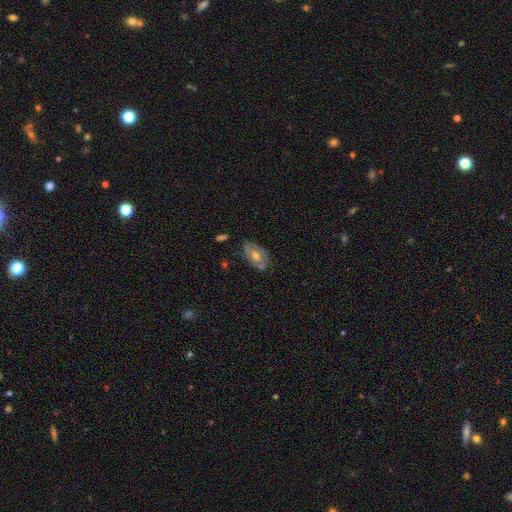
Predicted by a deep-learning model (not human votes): smooth-or-featured: featured or disk: 55% | smooth: 36% | star or artifact: 9%
  disk-edge-on: no: 91% | yes: 9%
  merging: none: 72% | minor disturbance: 20% | major disturbance: 5% | merger: 3%